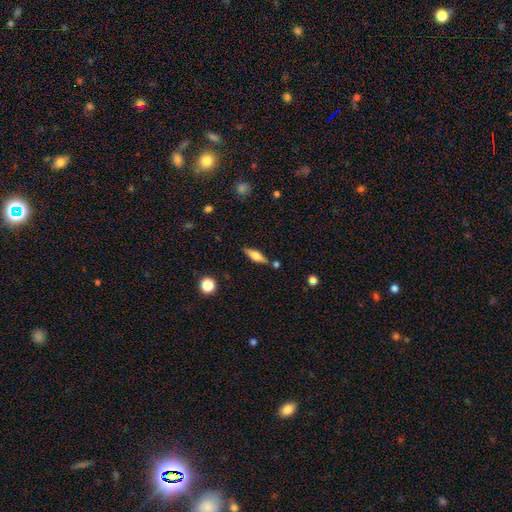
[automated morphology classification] Smooth or featured: smooth — 48% (featured or disk — 44%)
Merging: none — 78% (minor disturbance — 12%)